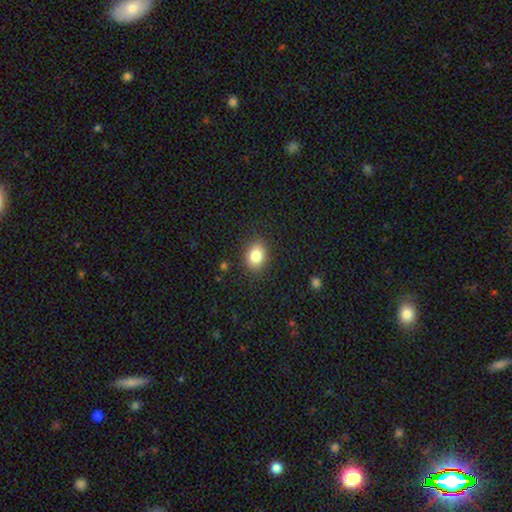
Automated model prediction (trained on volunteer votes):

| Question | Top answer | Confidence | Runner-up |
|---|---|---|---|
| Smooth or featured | smooth | 84% | star or artifact (9%) |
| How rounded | in between | 62% | round (37%) |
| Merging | none | 86% | minor disturbance (10%) |